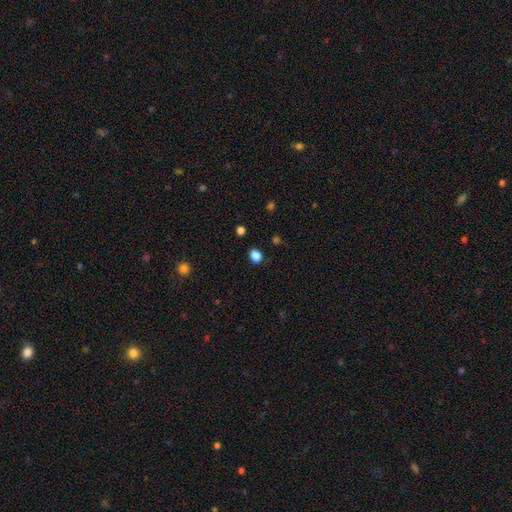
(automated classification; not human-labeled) This is clearly a smooth galaxy (85%). How rounded: possibly in between (50%). Merging: clearly none (85%).